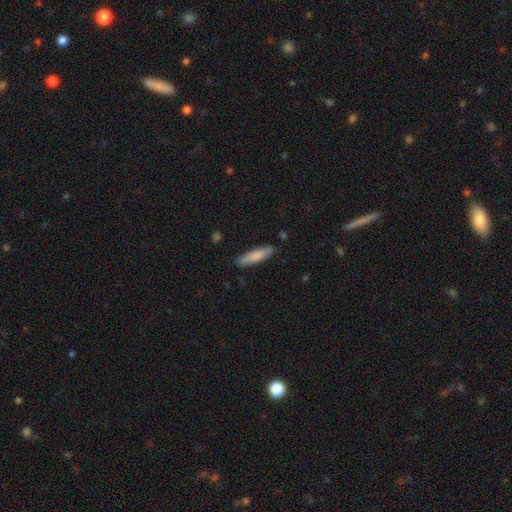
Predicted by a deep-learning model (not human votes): Smooth or featured? smooth (83%)
How rounded? cigar-shaped (78%)
Merging? none (85%)